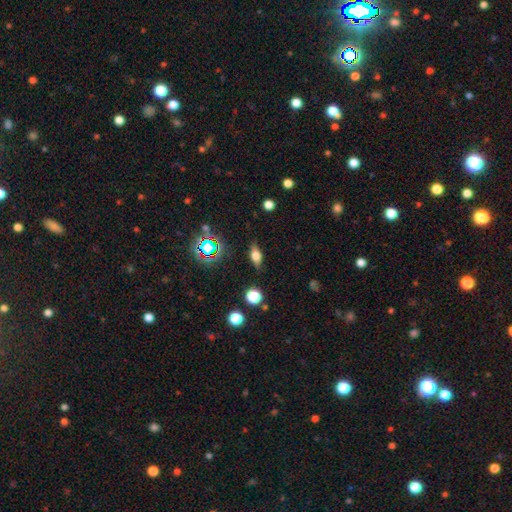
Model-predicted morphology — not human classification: Overall: smooth (58%; featured or disk 28%). How rounded: in between (69%). Merging: none (83%).